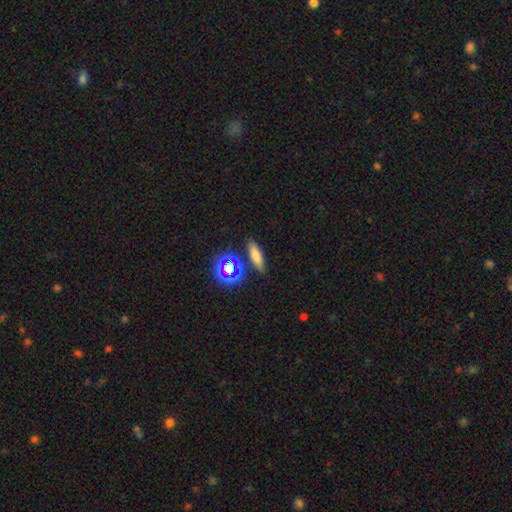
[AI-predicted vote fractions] Q: Smooth or featured?
A: smooth (67%); runner-up: star or artifact (18%)
Q: How rounded?
A: cigar-shaped (48%); runner-up: in between (41%)
Q: Merging?
A: none (81%); runner-up: minor disturbance (10%)